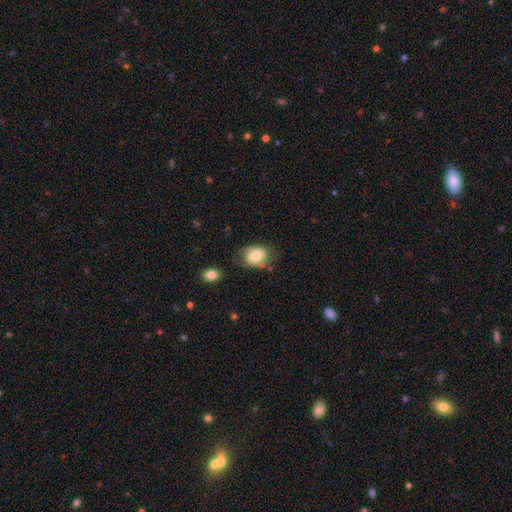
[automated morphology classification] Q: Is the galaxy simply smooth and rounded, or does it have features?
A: smooth — 75%.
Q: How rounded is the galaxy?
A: in between — 62%.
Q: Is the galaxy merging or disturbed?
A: none — 63%.